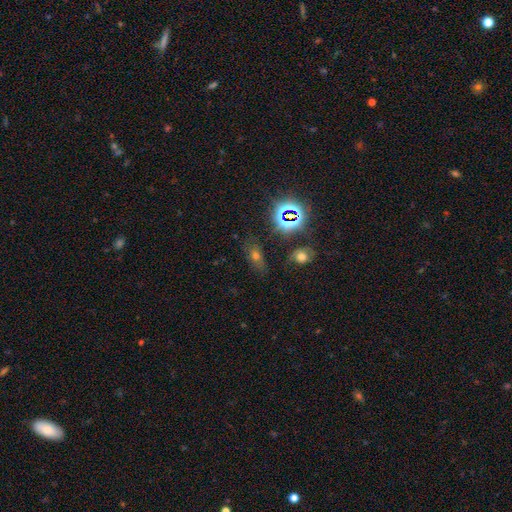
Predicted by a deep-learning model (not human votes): Smooth or featured?
  - smooth: 45% *
  - star or artifact: 40%
  - featured or disk: 15%
Merging?
  - none: 76% *
  - minor disturbance: 15%
  - major disturbance: 6%
  - merger: 4%